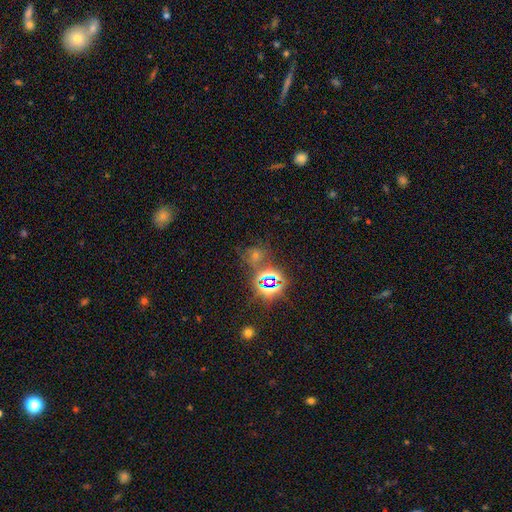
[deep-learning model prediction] The model was most divided on "smooth or featured": star or artifact: 63%, smooth: 26%, featured or disk: 11%.